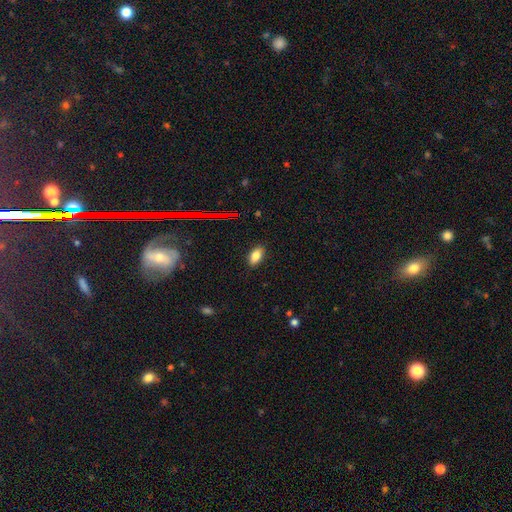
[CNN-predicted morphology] smooth_or_featured: smooth (p=0.81) [alt: star or artifact p=0.10]
how_rounded: in between (p=0.90) [alt: cigar-shaped p=0.07]
merging: none (p=0.87) [alt: minor disturbance p=0.10]